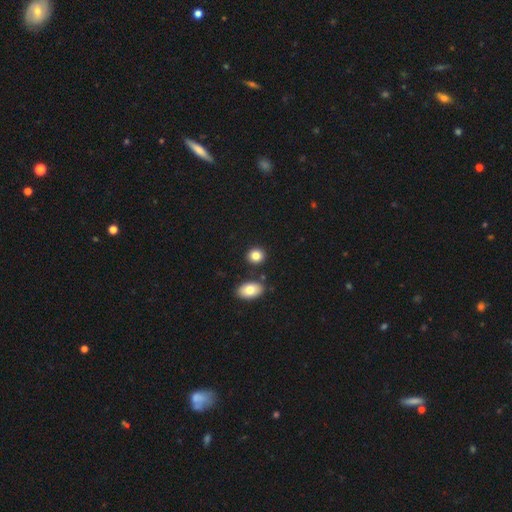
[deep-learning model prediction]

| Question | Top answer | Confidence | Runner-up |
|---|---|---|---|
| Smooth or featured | smooth | 83% | star or artifact (9%) |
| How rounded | round | 67% | in between (32%) |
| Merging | none | 83% | minor disturbance (8%) |